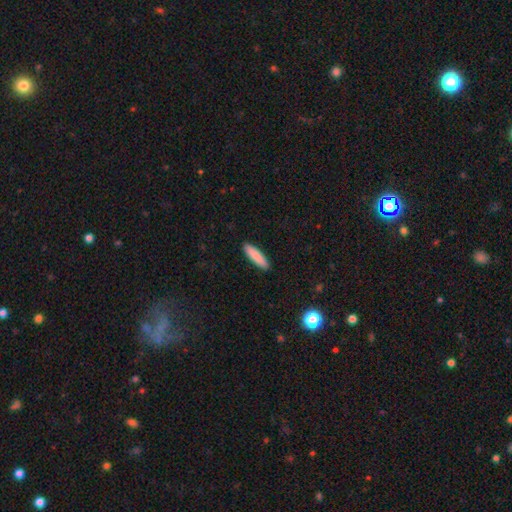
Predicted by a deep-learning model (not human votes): Smooth or featured?
  - smooth: 88% *
  - featured or disk: 7%
  - star or artifact: 5%
How rounded?
  - cigar-shaped: 73% *
  - in between: 25%
  - round: 1%
Merging?
  - none: 91% *
  - minor disturbance: 6%
  - major disturbance: 1%
  - merger: 1%